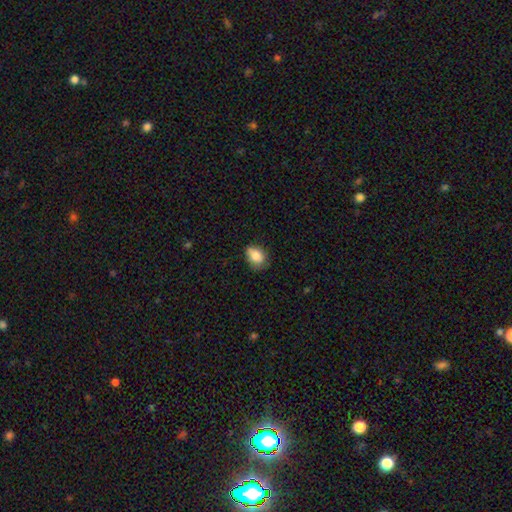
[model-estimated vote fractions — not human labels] smooth_or_featured: smooth (p=0.82) [alt: star or artifact p=0.09]
how_rounded: in between (p=0.61) [alt: round p=0.37]
merging: none (p=0.60) [alt: minor disturbance p=0.31]